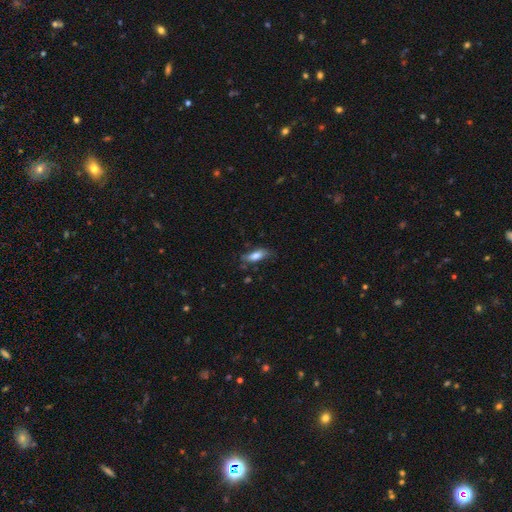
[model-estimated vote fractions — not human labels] smooth_or_featured: smooth (p=0.72) [alt: featured or disk p=0.20]
how_rounded: in between (p=0.66) [alt: cigar-shaped p=0.32]
merging: none (p=0.67) [alt: minor disturbance p=0.24]